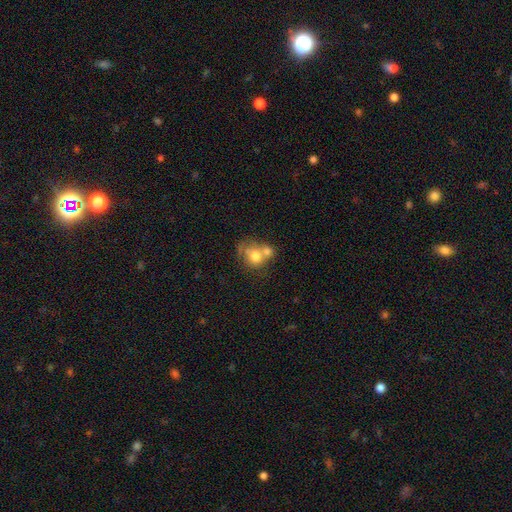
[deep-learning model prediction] smooth-or-featured: smooth: 67% | featured or disk: 24% | star or artifact: 9%
  how-rounded: round: 69% | in between: 30% | cigar-shaped: 1%
  merging: merger: 58% | none: 23% | minor disturbance: 11% | major disturbance: 8%